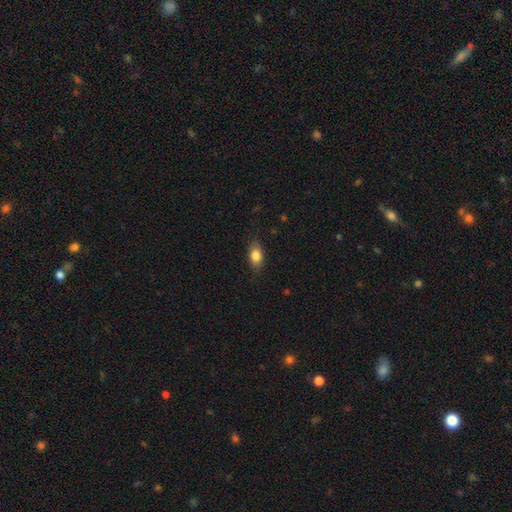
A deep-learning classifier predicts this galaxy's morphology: smooth_or_featured: smooth (p=0.82) [alt: featured or disk p=0.10]
how_rounded: in between (p=0.85) [alt: round p=0.09]
merging: none (p=0.81) [alt: minor disturbance p=0.15]